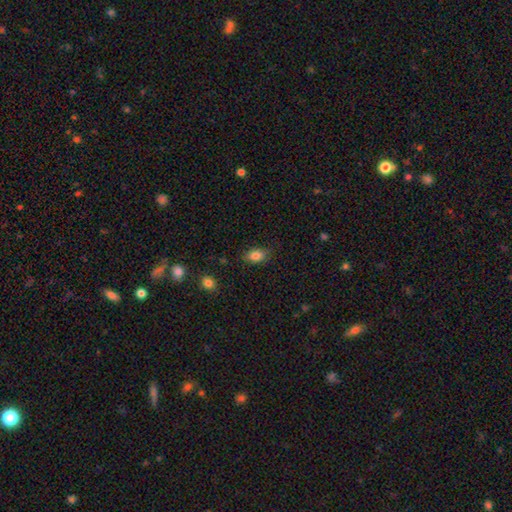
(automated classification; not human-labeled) smooth-or-featured: smooth: 84% | star or artifact: 9% | featured or disk: 7%
  how-rounded: in between: 85% | round: 12% | cigar-shaped: 3%
  merging: none: 80% | minor disturbance: 15% | major disturbance: 3% | merger: 1%